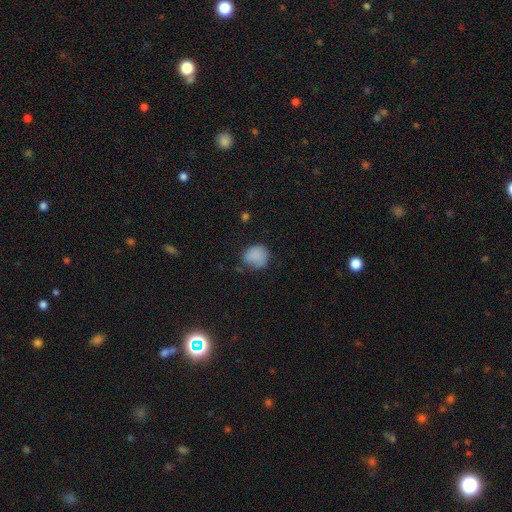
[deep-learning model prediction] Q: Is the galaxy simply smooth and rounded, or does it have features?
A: smooth — 85%.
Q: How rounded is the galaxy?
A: round — 79%.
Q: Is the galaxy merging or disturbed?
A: none — 61%.